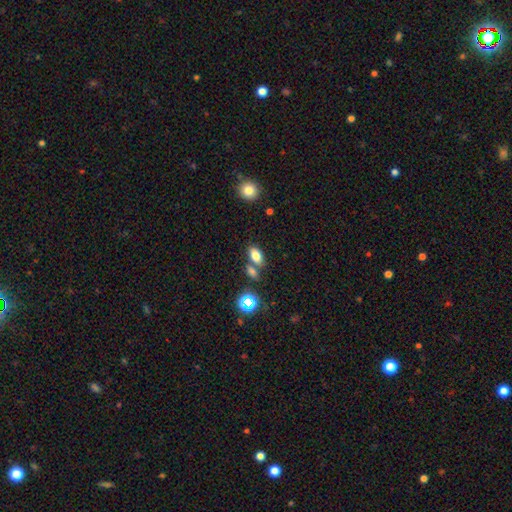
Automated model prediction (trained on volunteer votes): Q: Smooth or featured?
A: smooth (78%); runner-up: star or artifact (12%)
Q: How rounded?
A: in between (87%); runner-up: round (9%)
Q: Merging?
A: none (60%); runner-up: merger (25%)